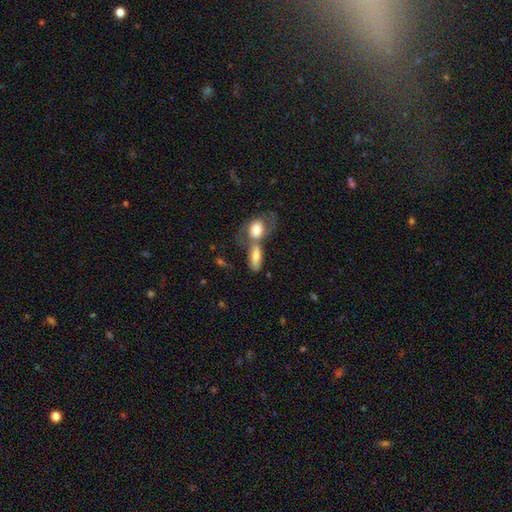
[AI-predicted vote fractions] A smooth galaxy with no disk features (67%) that is in between round and cigar-shaped (78%).

Vote fractions:
- Smooth or featured? smooth: 67% / featured or disk: 26% / star or artifact: 7%
- How rounded? in between: 78% / cigar-shaped: 15% / round: 7%
- Merging? merger: 63% / none: 22% / minor disturbance: 9% / major disturbance: 7%